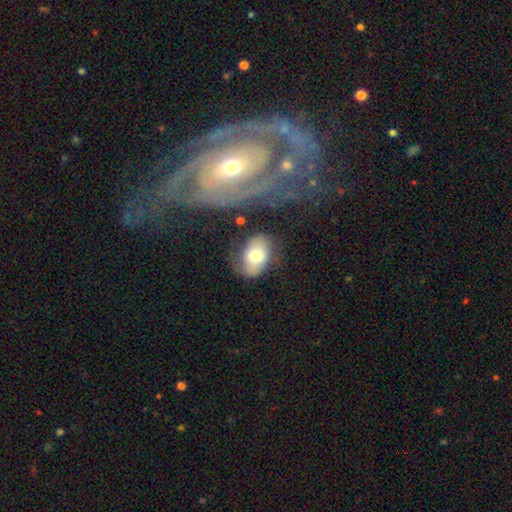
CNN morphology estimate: Overall: smooth (64%; featured or disk 28%). How rounded: in between (77%). Merging: none (56%; minor disturbance 26%).